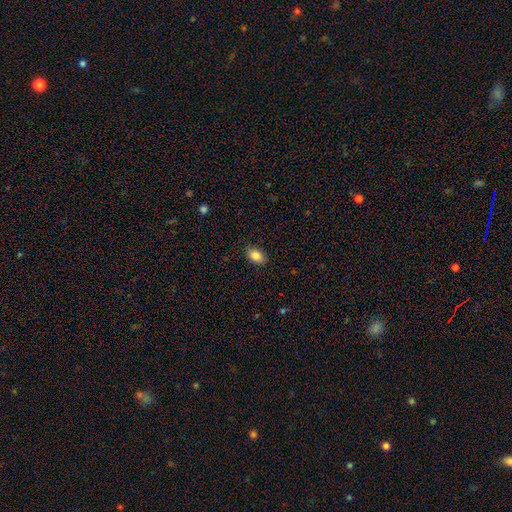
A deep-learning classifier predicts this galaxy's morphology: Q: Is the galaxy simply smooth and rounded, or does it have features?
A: smooth — 85%.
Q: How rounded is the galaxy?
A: in between — 85%.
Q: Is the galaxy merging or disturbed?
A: none — 87%.